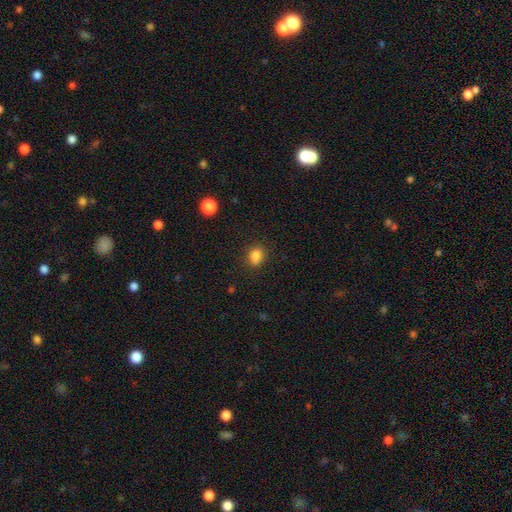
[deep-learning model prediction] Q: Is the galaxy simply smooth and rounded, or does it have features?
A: smooth — 83%.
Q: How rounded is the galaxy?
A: round — 52%.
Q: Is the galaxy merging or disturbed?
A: none — 75%.